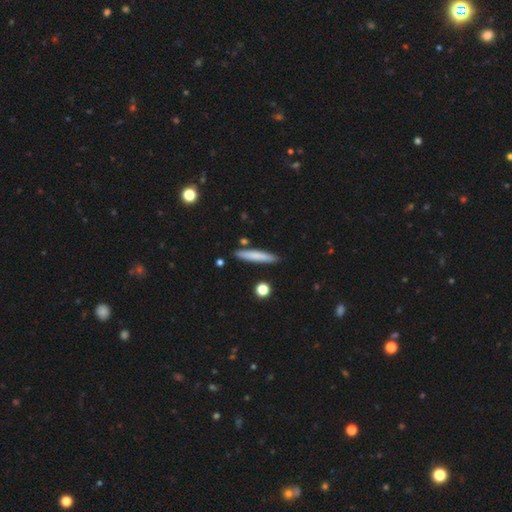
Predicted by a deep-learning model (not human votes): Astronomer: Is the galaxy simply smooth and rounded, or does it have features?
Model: smooth — 74%.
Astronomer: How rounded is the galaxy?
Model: cigar-shaped — 93%.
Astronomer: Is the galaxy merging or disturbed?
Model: none — 86%.